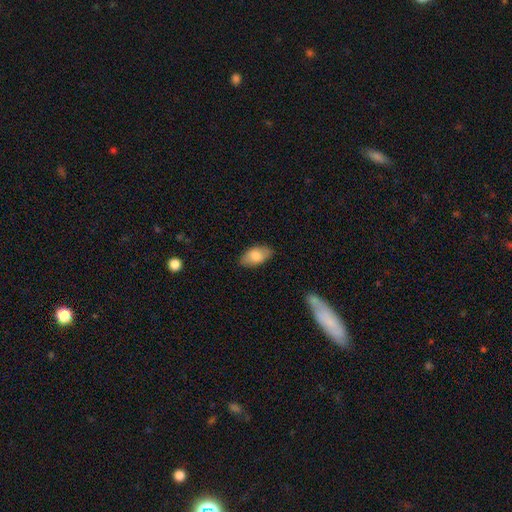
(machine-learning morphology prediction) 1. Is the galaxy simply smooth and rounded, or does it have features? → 79% smooth, 15% featured or disk, 6% star or artifact.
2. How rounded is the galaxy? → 93% in between, 4% round, 3% cigar-shaped.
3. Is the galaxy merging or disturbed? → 83% none, 13% minor disturbance, 3% major disturbance, 1% merger.